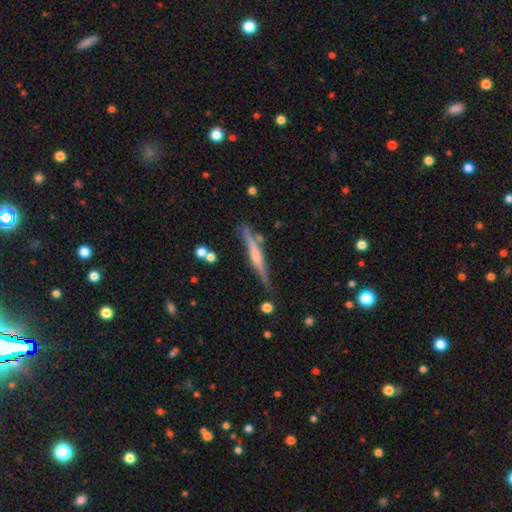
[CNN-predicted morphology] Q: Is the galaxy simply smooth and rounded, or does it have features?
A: featured or disk — 67%.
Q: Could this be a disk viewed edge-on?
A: yes — 97%.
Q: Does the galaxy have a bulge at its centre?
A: rounded — 60%.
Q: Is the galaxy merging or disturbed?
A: none — 77%.